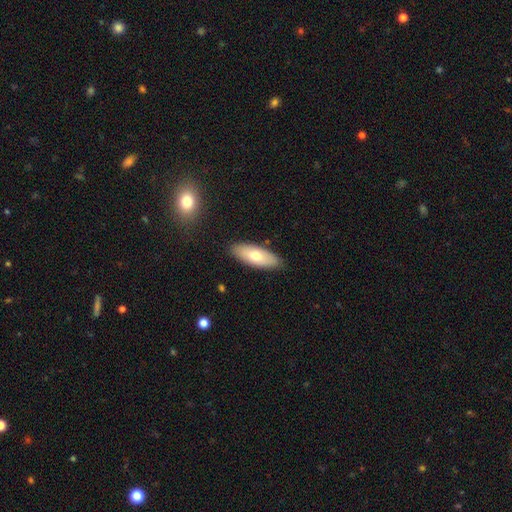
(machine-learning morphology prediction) smooth_or_featured: smooth (p=0.67) [alt: featured or disk p=0.27]
how_rounded: in between (p=0.77) [alt: cigar-shaped p=0.21]
merging: none (p=0.87) [alt: minor disturbance p=0.10]